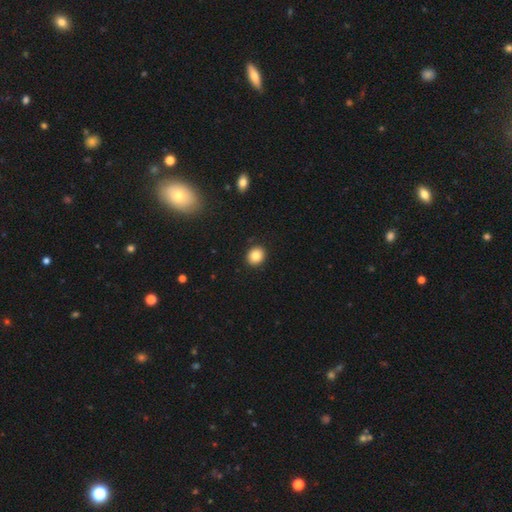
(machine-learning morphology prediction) smooth 84%, star or artifact 10%, featured or disk 7%. Down the decision tree: how rounded — round (73%); merging — none (91%).